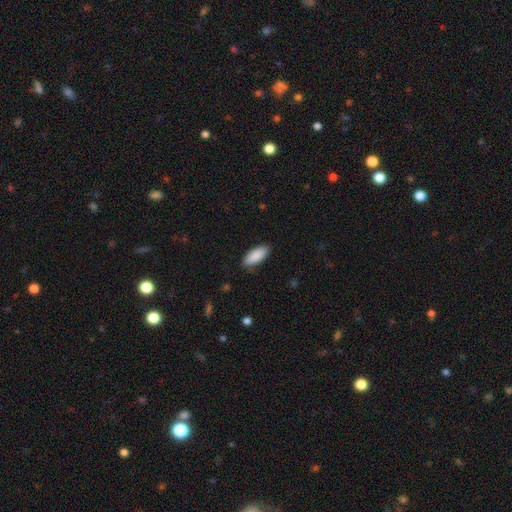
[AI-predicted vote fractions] Morphology: type=smooth (90%); roundness=in between (81%); merging=none (87%).